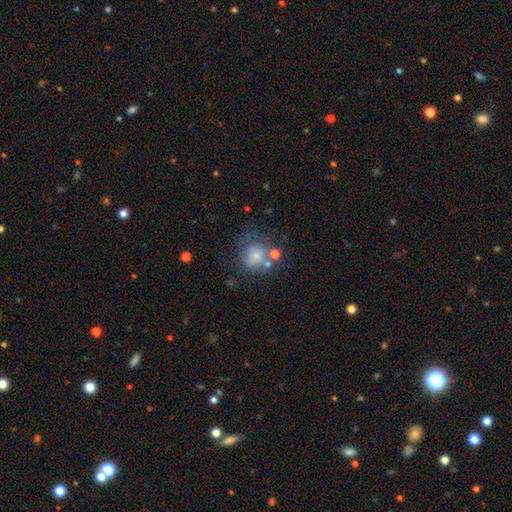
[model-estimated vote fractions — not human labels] smooth_or_featured: smooth (p=0.67) [alt: featured or disk p=0.21]
how_rounded: round (p=0.81) [alt: in between p=0.18]
merging: none (p=0.47) [alt: minor disturbance p=0.21]